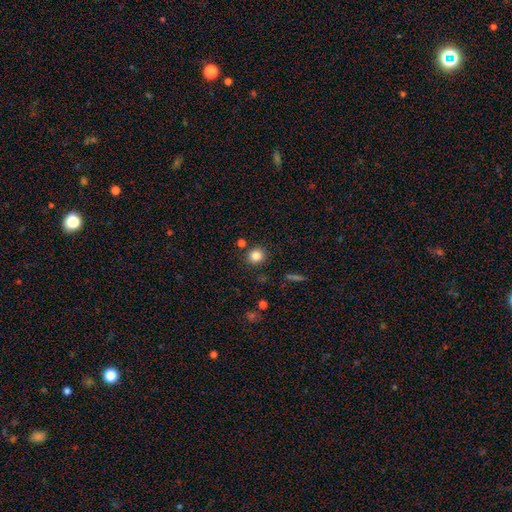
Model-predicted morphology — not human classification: type=smooth (83%); roundness=round (86%); merging=none (84%).